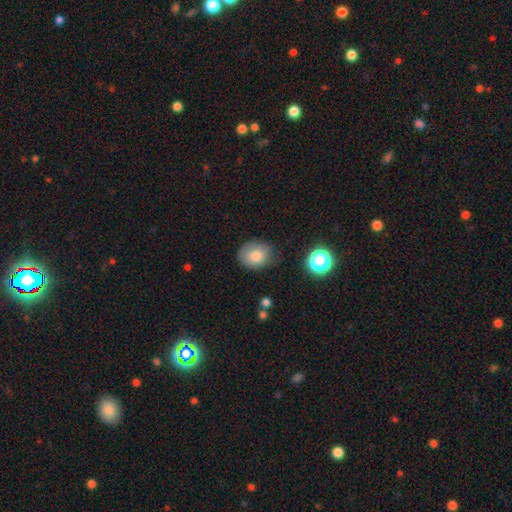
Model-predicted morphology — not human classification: Smooth or featured? Predicted: smooth (p=0.78). How rounded? Predicted: round (p=0.53). Merging? Predicted: none (p=0.68).